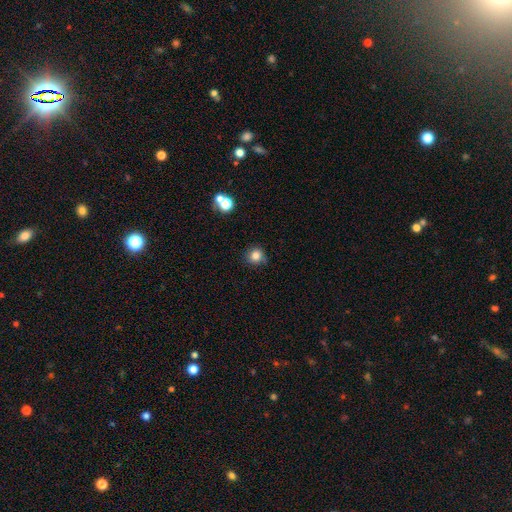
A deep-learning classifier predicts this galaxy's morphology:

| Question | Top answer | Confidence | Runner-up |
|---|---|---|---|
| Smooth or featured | smooth | 82% | star or artifact (12%) |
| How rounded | round | 90% | in between (9%) |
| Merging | none | 79% | minor disturbance (15%) |